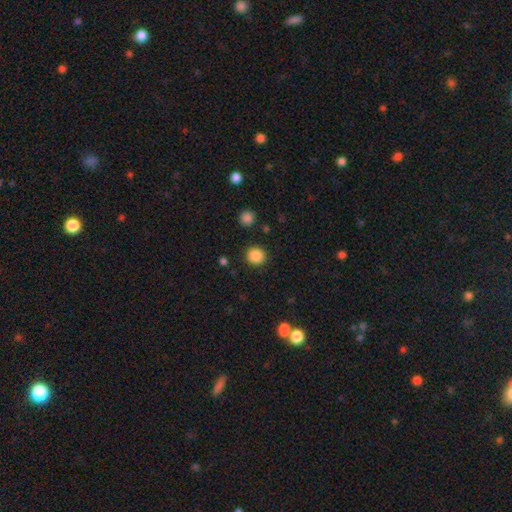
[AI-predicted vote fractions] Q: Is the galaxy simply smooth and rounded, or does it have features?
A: smooth — 87%.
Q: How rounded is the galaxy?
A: round — 91%.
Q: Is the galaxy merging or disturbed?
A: none — 91%.